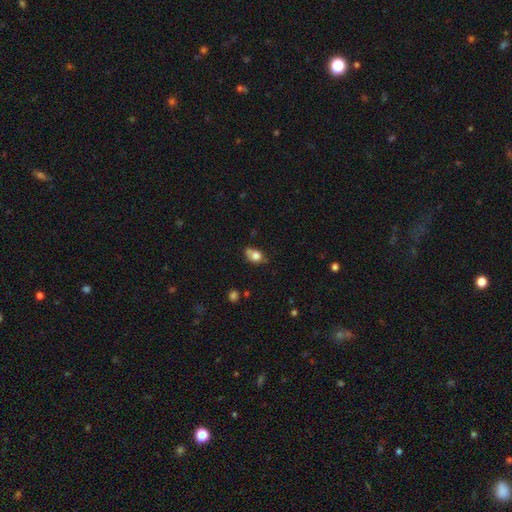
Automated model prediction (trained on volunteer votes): smooth_or_featured: smooth (p=0.76) [alt: featured or disk p=0.13]
how_rounded: round (p=0.51) [alt: in between p=0.47]
merging: none (p=0.46) [alt: minor disturbance p=0.24]